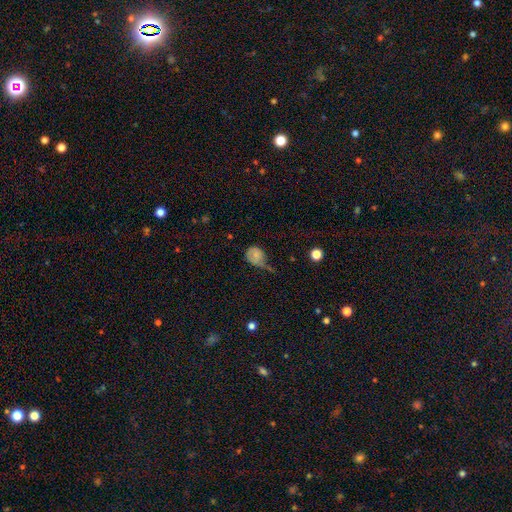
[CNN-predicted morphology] smooth_or_featured: smooth (p=0.70) [alt: featured or disk p=0.20]
how_rounded: round (p=0.59) [alt: in between p=0.40]
merging: minor disturbance (p=0.36) [alt: major disturbance p=0.33]